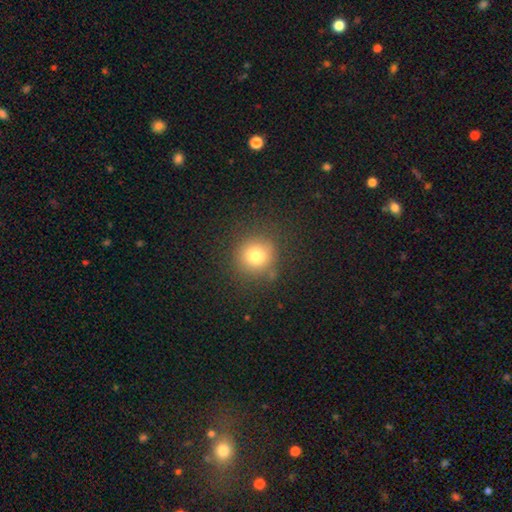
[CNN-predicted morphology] Smooth or featured?
  - smooth: 78% *
  - star or artifact: 13%
  - featured or disk: 9%
How rounded?
  - round: 91% *
  - in between: 8%
  - cigar-shaped: 1%
Merging?
  - none: 84% *
  - minor disturbance: 10%
  - major disturbance: 4%
  - merger: 2%